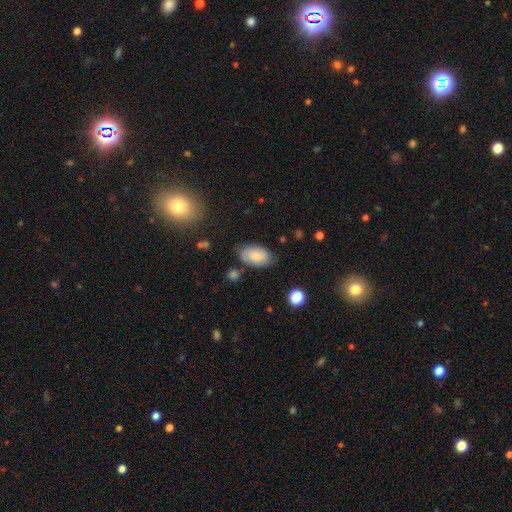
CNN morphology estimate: type=smooth (73%); roundness=in between (94%); merging=none (73%).